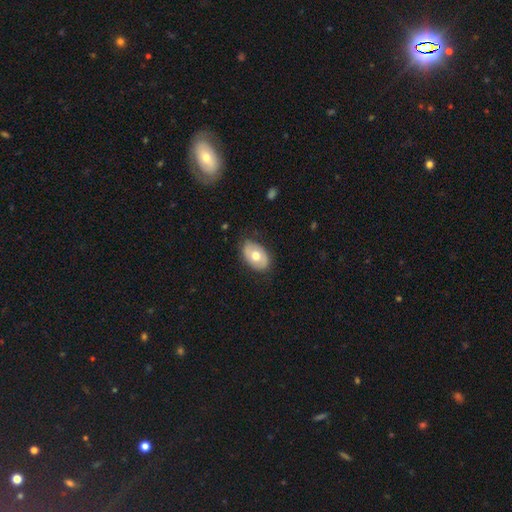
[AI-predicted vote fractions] This appears to be a smooth galaxy with no disk features (59%) that is in between round and cigar-shaped (87%). Merging: none (78%).